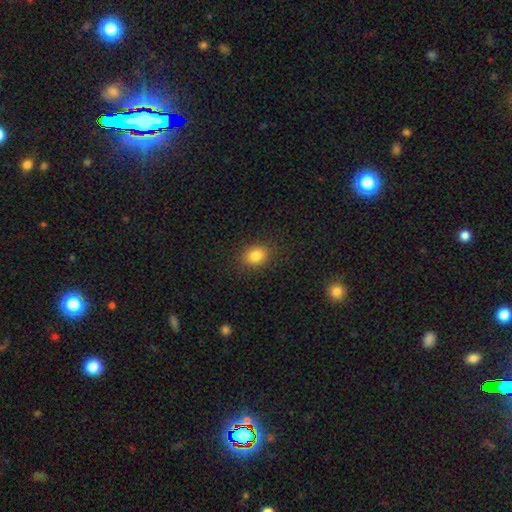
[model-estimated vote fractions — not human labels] This appears to be a smooth galaxy with no disk features (84%) that is in between round and cigar-shaped (53%). Merging: none (87%).